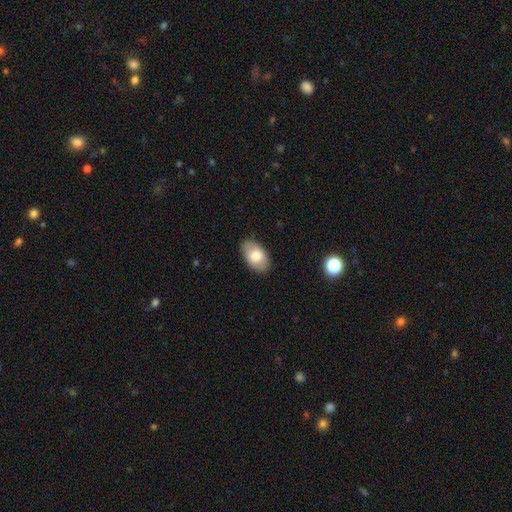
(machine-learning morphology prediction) type=smooth (75%); roundness=in between (92%); merging=none (85%).